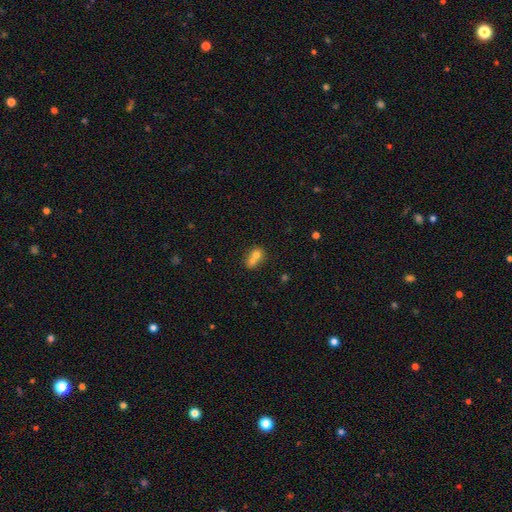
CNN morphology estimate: smooth_or_featured: smooth (p=0.68) [alt: featured or disk p=0.20]
how_rounded: round (p=0.65) [alt: in between p=0.34]
merging: merger (p=0.68) [alt: none p=0.24]